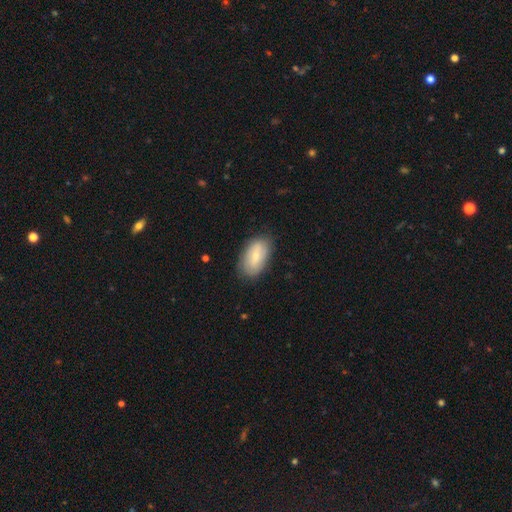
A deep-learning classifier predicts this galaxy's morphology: A smooth galaxy with no disk features (67%) that is in between round and cigar-shaped (93%).

Vote fractions:
- Smooth or featured? smooth: 67% / featured or disk: 26% / star or artifact: 6%
- How rounded? in between: 93% / round: 4% / cigar-shaped: 3%
- Merging? none: 80% / minor disturbance: 16% / major disturbance: 4% / merger: 1%